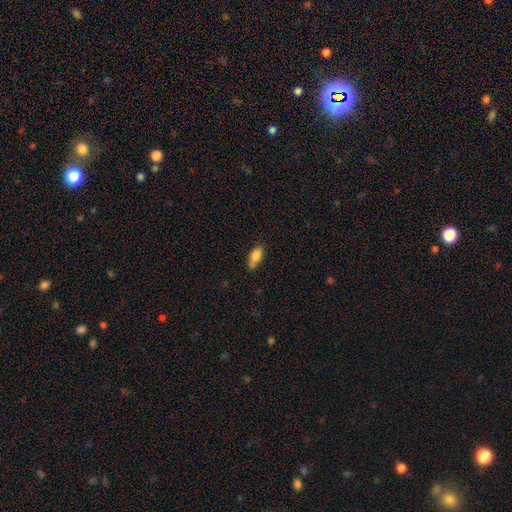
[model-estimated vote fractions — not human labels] smooth_or_featured: smooth (p=0.82) [alt: featured or disk p=0.10]
how_rounded: in between (p=0.83) [alt: cigar-shaped p=0.14]
merging: none (p=0.60) [alt: minor disturbance p=0.28]